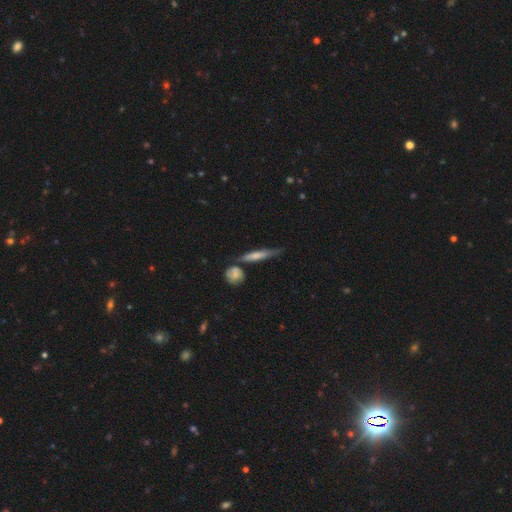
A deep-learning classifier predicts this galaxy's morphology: Q: Smooth or featured?
A: featured or disk (48%); runner-up: smooth (44%)
Q: Merging?
A: none (66%); runner-up: minor disturbance (19%)